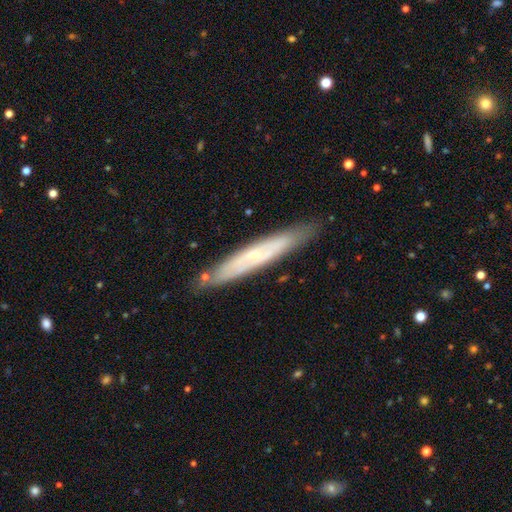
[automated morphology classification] Smooth or featured? featured or disk (52%)
Edge-on disk? yes (72%)
Merging? none (83%)